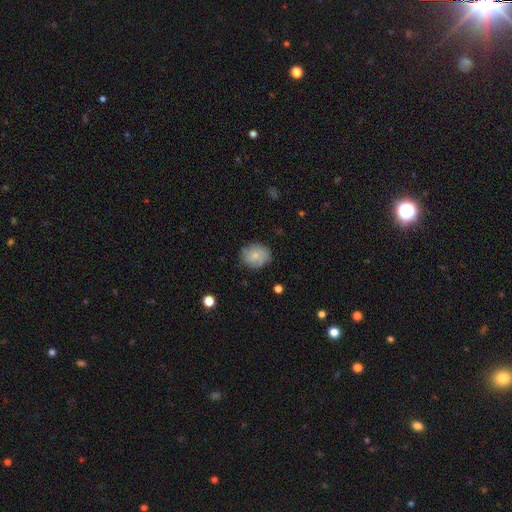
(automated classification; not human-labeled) smooth_or_featured: smooth (p=0.61) [alt: featured or disk p=0.30]
how_rounded: round (p=0.64) [alt: in between p=0.35]
merging: none (p=0.75) [alt: minor disturbance p=0.19]